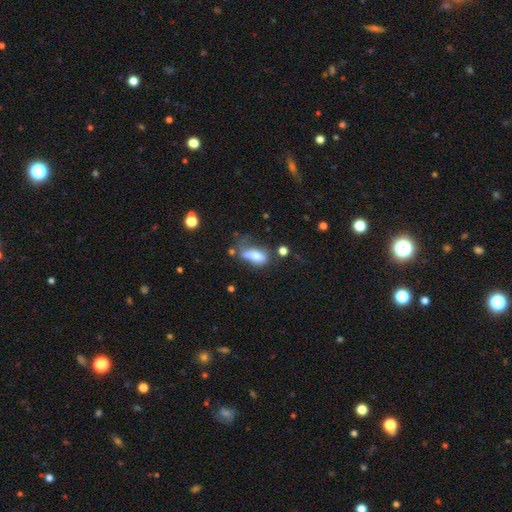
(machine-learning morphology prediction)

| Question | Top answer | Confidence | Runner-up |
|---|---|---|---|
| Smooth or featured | smooth | 68% | featured or disk (21%) |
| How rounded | in between | 82% | cigar-shaped (10%) |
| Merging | major disturbance | 33% | none (25%) |